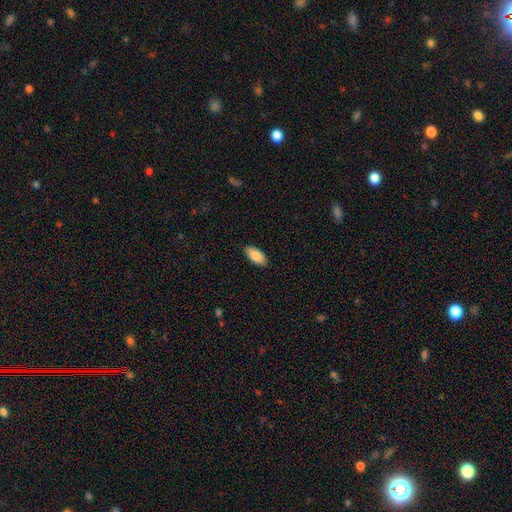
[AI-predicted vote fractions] Smooth or featured? smooth (85%)
How rounded? in between (92%)
Merging? none (88%)